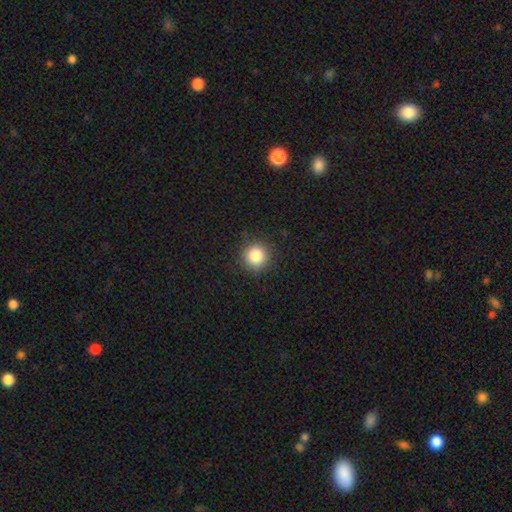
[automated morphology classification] smooth 85%, star or artifact 11%, featured or disk 5%. Down the decision tree: how rounded — round (94%); merging — none (90%).